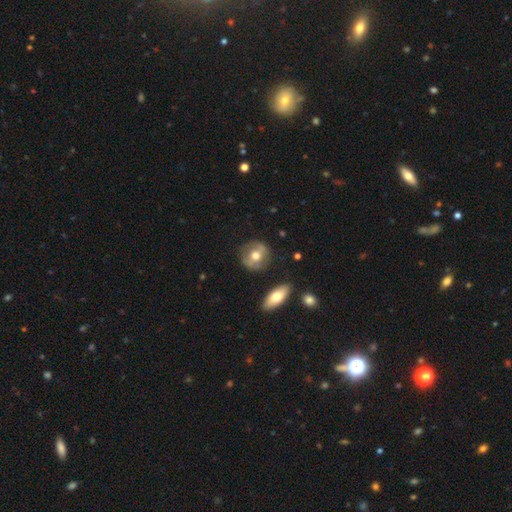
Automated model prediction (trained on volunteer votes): Smooth or featured? smooth (48%)
Merging? none (80%)